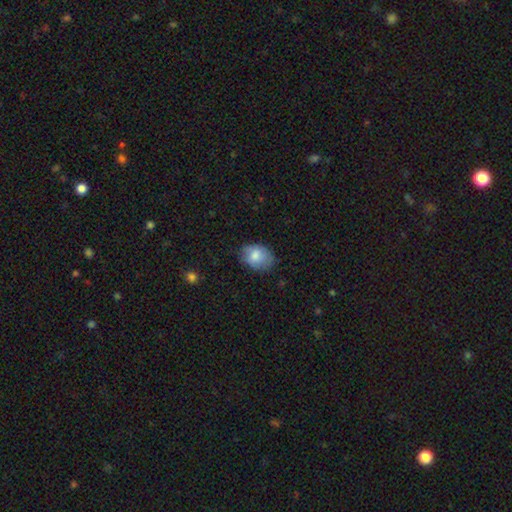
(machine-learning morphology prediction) The model was most divided on "merging": none: 69%, minor disturbance: 24%, major disturbance: 6%, merger: 1%. More confident: smooth or featured — smooth (79%); how rounded — in between (72%).